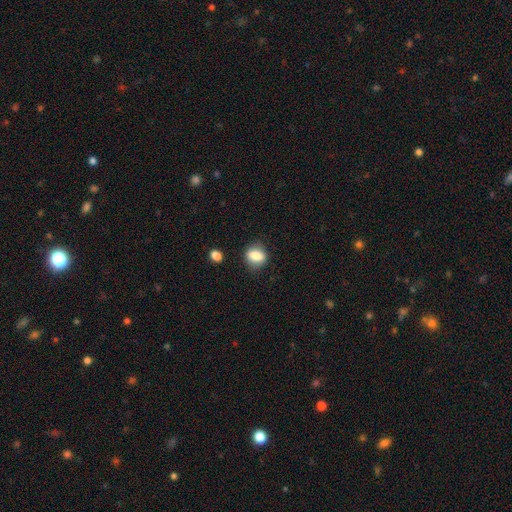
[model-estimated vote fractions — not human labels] Smooth or featured? smooth (79%)
How rounded? in between (59%)
Merging? none (79%)